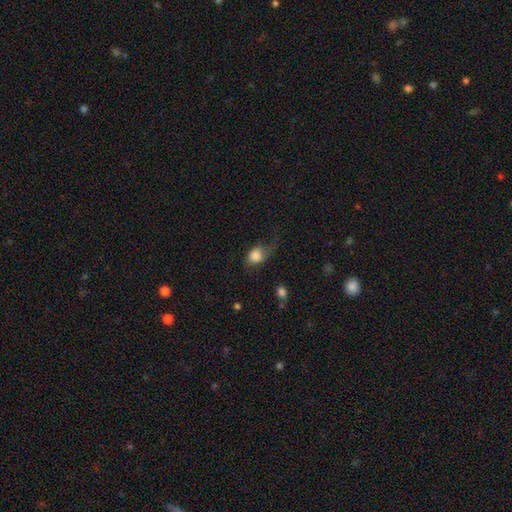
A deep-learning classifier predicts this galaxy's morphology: smooth 74%, featured or disk 17%, star or artifact 8%. Down the decision tree: how rounded — in between (54%); merging — major disturbance (42%).